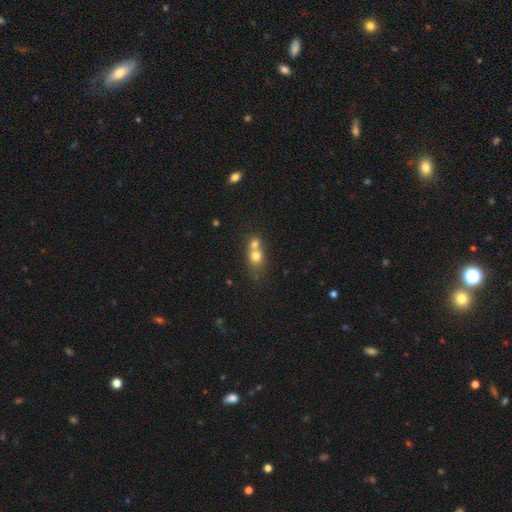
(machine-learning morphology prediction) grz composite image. It shows a smooth galaxy with no disk features (70%) that is round (58%). Merging: merger (68%).